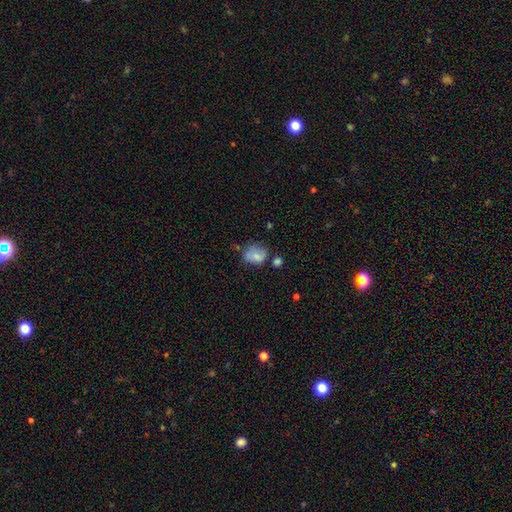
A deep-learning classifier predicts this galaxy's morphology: This appears to be a smooth galaxy with no disk features (74%) that is in between round and cigar-shaped (59%). Merging: none (46%).